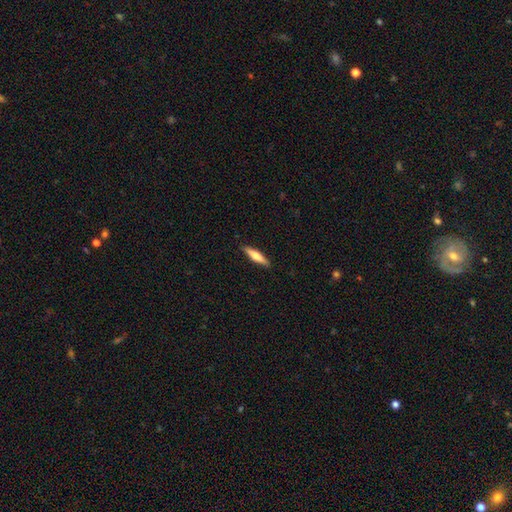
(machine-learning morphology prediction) Smooth or featured: smooth — 59% (featured or disk — 36%)
How rounded: cigar-shaped — 81% (in between — 18%)
Merging: none — 89% (minor disturbance — 8%)